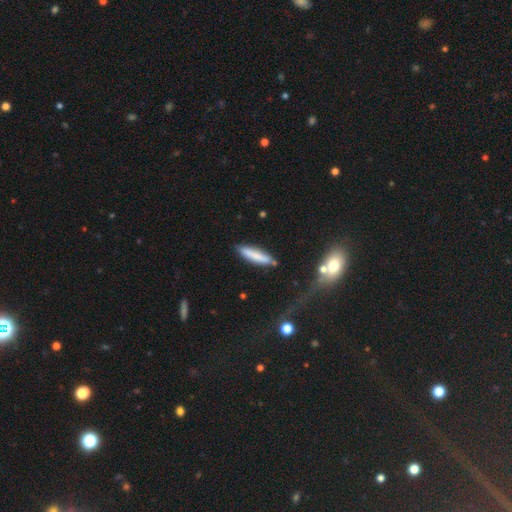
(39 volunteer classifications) Morphology: type=smooth (85%); roundness=cigar-shaped (79%); merging=none (82%).